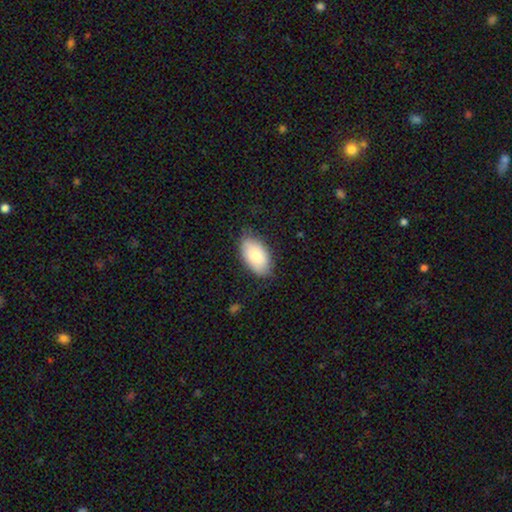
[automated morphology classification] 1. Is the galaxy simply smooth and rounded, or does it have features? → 81% smooth, 12% featured or disk, 6% star or artifact.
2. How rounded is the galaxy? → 95% in between, 3% round, 2% cigar-shaped.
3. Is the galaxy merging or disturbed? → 75% none, 20% minor disturbance, 4% major disturbance, 1% merger.